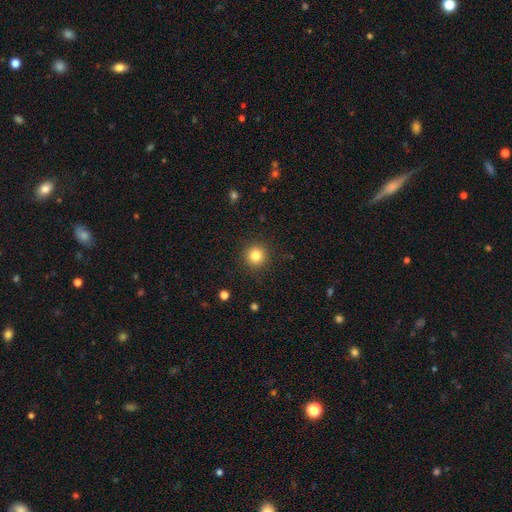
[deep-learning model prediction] smooth-or-featured: smooth: 83% | star or artifact: 11% | featured or disk: 6%
  how-rounded: round: 94% | in between: 5% | cigar-shaped: 1%
  merging: none: 91% | minor disturbance: 6% | major disturbance: 2% | merger: 1%